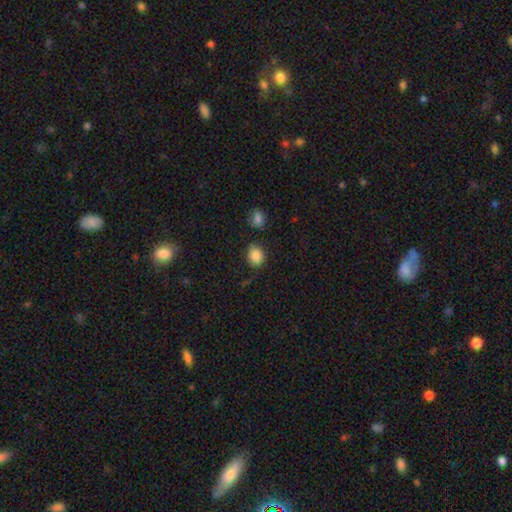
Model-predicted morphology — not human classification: Overall: smooth (86%). How rounded: round (60%; in between 39%). Merging: none (75%).